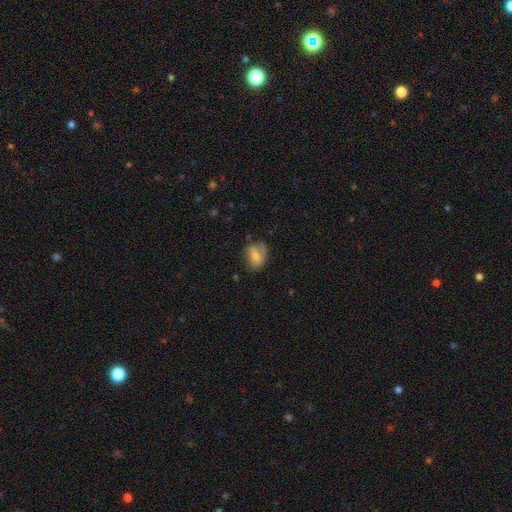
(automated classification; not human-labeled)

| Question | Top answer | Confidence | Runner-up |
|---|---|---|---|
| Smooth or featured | smooth | 66% | featured or disk (26%) |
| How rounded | in between | 63% | round (35%) |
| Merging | none | 62% | minor disturbance (27%) |